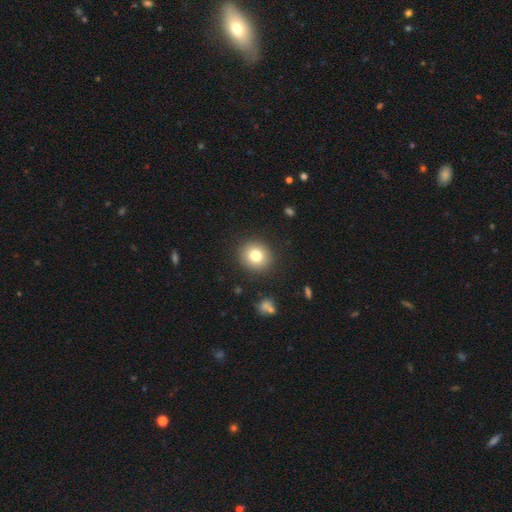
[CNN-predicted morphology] This appears to be a smooth galaxy with no disk features (80%) that is round (88%). Merging: none (90%).